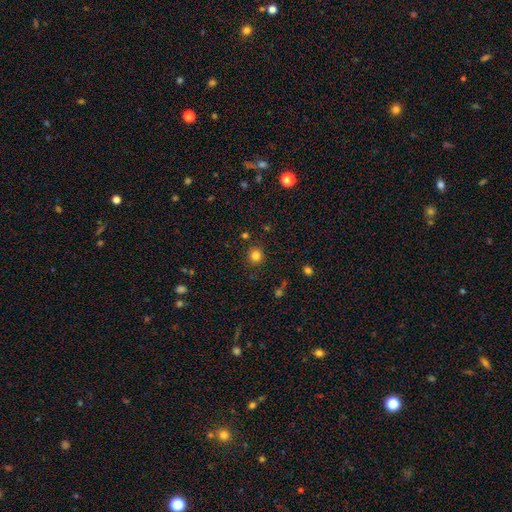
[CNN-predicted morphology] This appears to be a smooth galaxy with no disk features (82%) that is round (93%). Merging: none (89%).